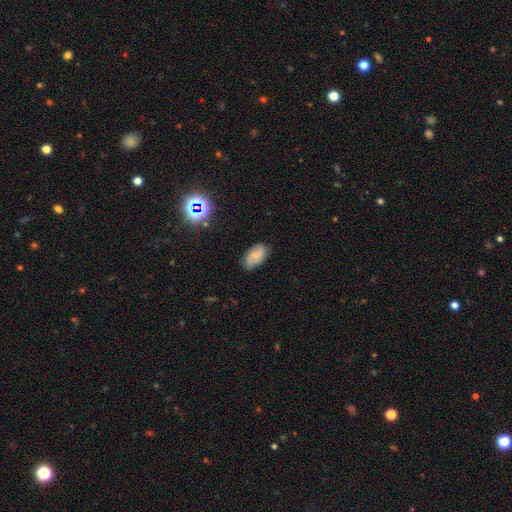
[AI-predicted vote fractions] Smooth or featured? smooth (55%)
How rounded? in between (93%)
Merging? none (80%)